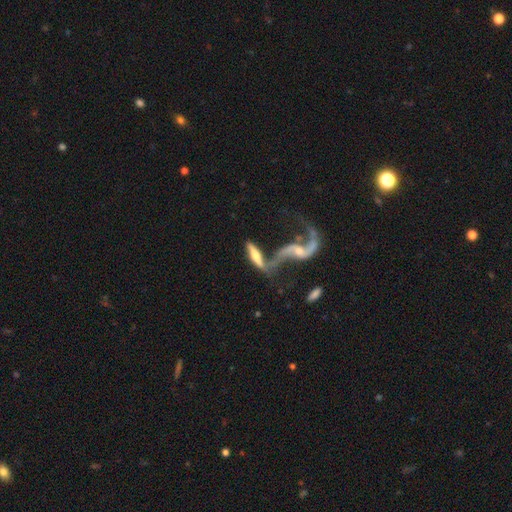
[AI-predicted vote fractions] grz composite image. It shows a featured or disk galaxy (59%) viewed edge-on (51%). Merging: merger (59%).